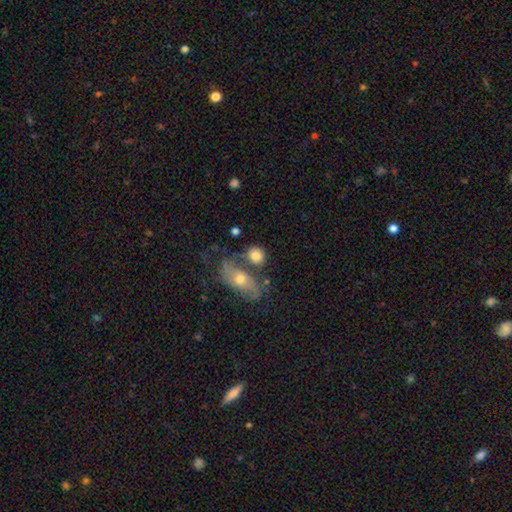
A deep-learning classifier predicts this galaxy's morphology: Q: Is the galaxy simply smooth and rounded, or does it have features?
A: smooth — 76%.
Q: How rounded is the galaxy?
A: round — 62%.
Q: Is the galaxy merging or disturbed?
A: none — 52%.